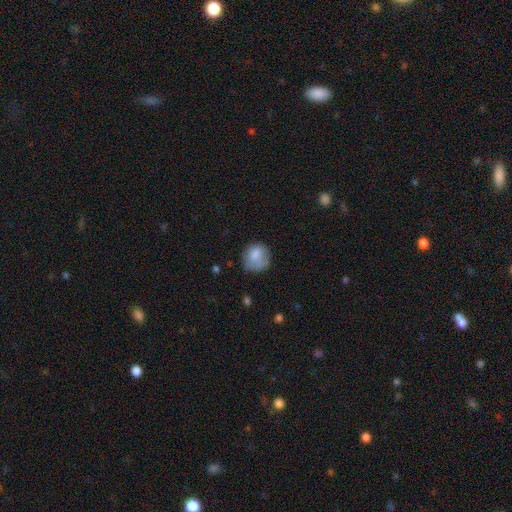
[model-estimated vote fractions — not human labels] This is likely a smooth galaxy (78%). How rounded: clearly round (80%). Merging: likely none (61%).